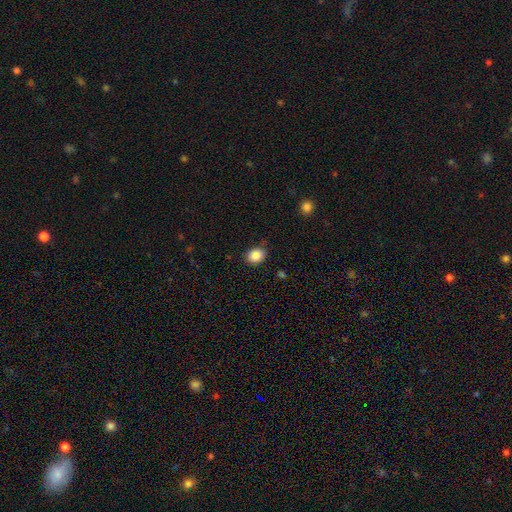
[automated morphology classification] Smooth or featured: smooth — 87% (star or artifact — 9%)
How rounded: in between — 51% (round — 49%)
Merging: none — 84% (minor disturbance — 12%)